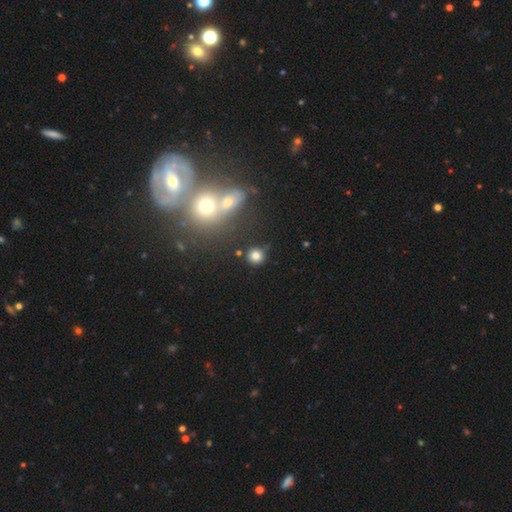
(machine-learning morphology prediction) A smooth galaxy with no disk features (81%) that is round (89%). Merging: none (77%).